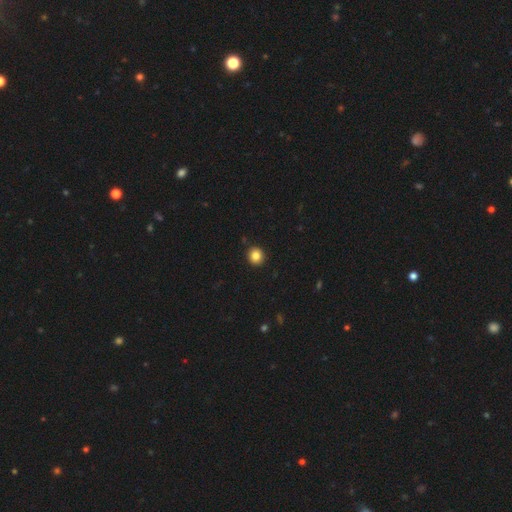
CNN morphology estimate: A smooth galaxy with no disk features (85%) that is round (92%). Merging: none (92%).